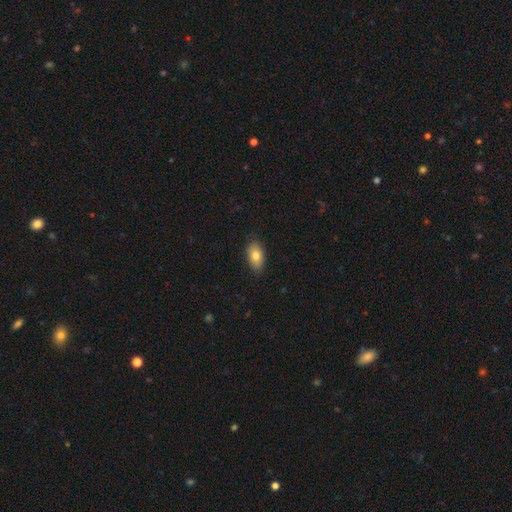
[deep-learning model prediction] Smooth or featured?
  - smooth: 79% *
  - featured or disk: 13%
  - star or artifact: 7%
How rounded?
  - in between: 91% *
  - round: 6%
  - cigar-shaped: 3%
Merging?
  - none: 85% *
  - minor disturbance: 12%
  - major disturbance: 2%
  - merger: 1%